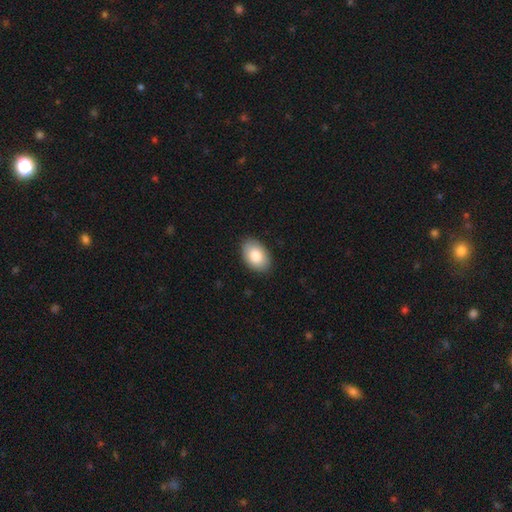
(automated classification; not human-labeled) A smooth galaxy with no disk features (84%) that is in between round and cigar-shaped (90%).

Vote fractions:
- Smooth or featured? smooth: 84% / featured or disk: 10% / star or artifact: 6%
- How rounded? in between: 90% / round: 9% / cigar-shaped: 1%
- Merging? none: 87% / minor disturbance: 10% / major disturbance: 2% / merger: 1%